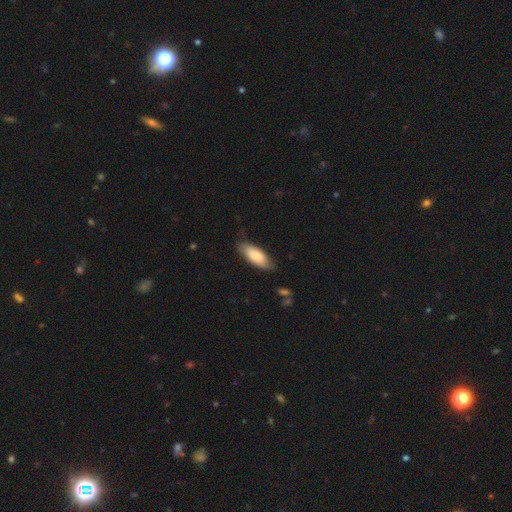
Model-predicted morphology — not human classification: The model was most divided on "merging": none: 72%, minor disturbance: 22%, major disturbance: 4%, merger: 2%. More confident: how rounded — in between (78%); smooth or featured — smooth (74%).